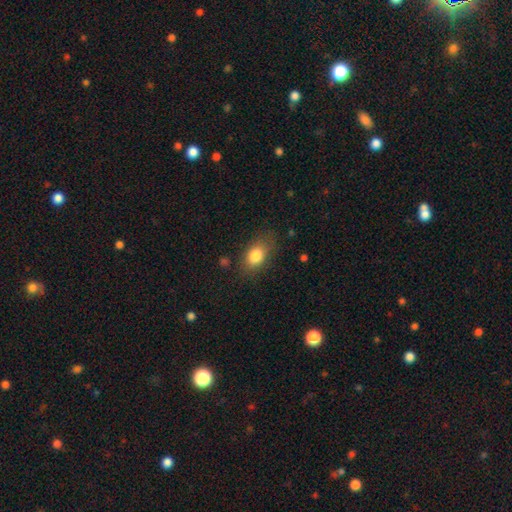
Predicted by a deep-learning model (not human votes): Overall: smooth (81%). How rounded: in between (82%). Merging: none (76%).